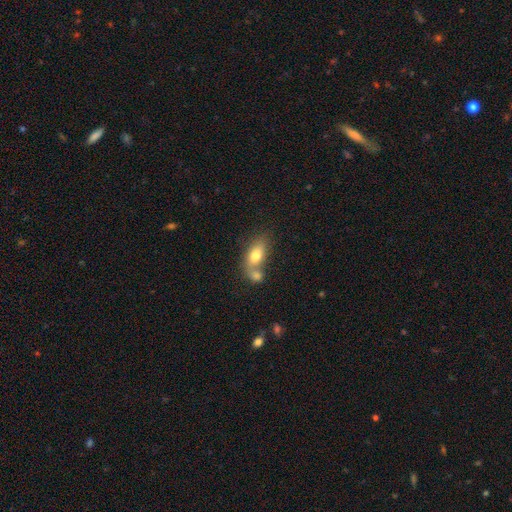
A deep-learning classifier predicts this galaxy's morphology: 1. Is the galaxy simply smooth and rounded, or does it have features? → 74% smooth, 18% featured or disk, 8% star or artifact.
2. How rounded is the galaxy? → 82% in between, 11% round, 7% cigar-shaped.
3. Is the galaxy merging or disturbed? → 53% merger, 31% none, 11% minor disturbance, 5% major disturbance.